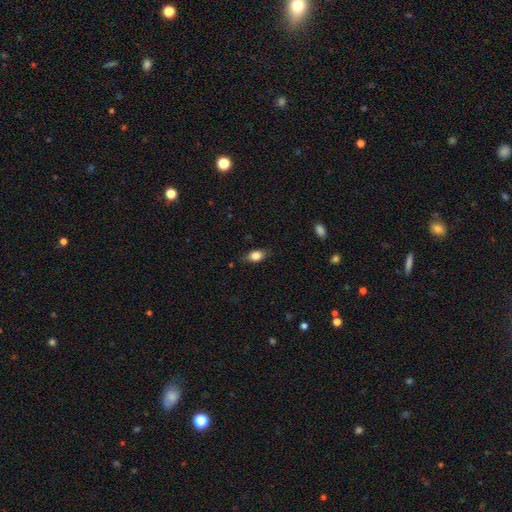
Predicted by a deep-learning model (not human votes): Smooth or featured? Predicted: smooth (p=0.83). How rounded? Predicted: in between (p=0.80). Merging? Predicted: none (p=0.78).